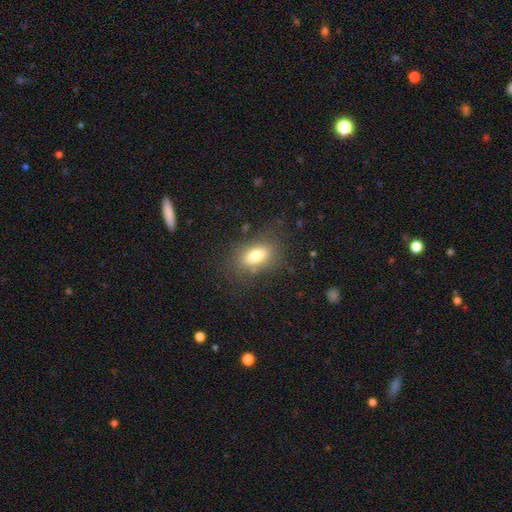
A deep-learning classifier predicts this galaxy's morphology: This is likely a smooth galaxy (73%). How rounded: clearly in between (81%). Merging: likely none (78%).